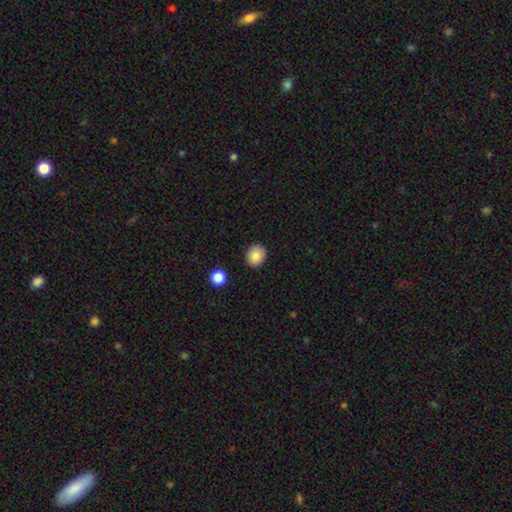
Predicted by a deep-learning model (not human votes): Smooth or featured? smooth (86%)
How rounded? round (73%)
Merging? none (88%)